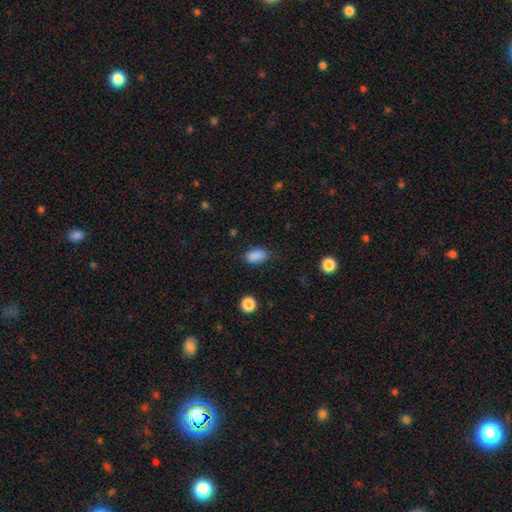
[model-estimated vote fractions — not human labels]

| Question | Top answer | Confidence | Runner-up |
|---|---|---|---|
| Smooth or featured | smooth | 88% | star or artifact (9%) |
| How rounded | in between | 90% | round (8%) |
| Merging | none | 80% | minor disturbance (15%) |